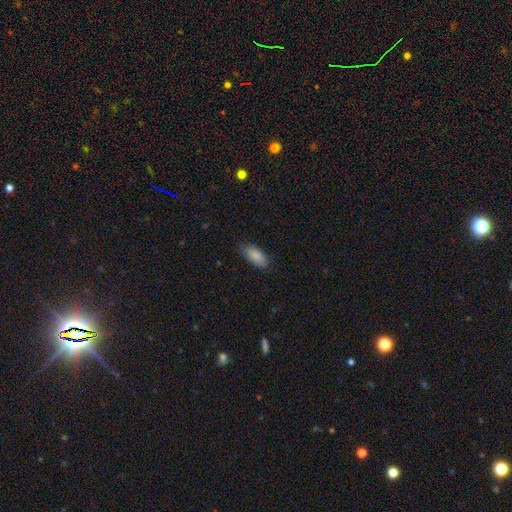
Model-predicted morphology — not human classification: A smooth galaxy with no disk features (87%) that is in between round and cigar-shaped (88%).

Vote fractions:
- Smooth or featured? smooth: 87% / featured or disk: 7% / star or artifact: 6%
- How rounded? in between: 88% / cigar-shaped: 10% / round: 2%
- Merging? none: 81% / minor disturbance: 15% / major disturbance: 3% / merger: 1%